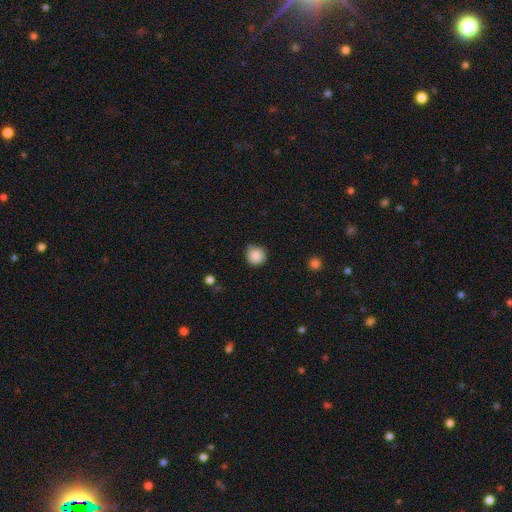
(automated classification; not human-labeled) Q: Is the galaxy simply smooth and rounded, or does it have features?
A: smooth — 86%.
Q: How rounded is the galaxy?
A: round — 92%.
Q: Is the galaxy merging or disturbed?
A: none — 80%.